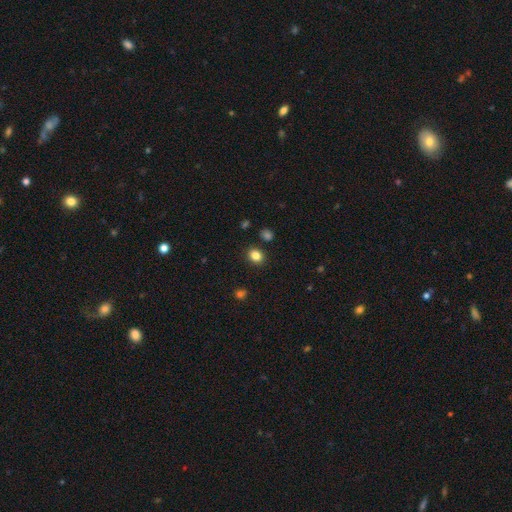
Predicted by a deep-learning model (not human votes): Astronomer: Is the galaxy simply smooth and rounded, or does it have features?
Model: smooth — 84%.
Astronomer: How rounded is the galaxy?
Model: round — 65%.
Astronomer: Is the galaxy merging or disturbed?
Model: none — 87%.